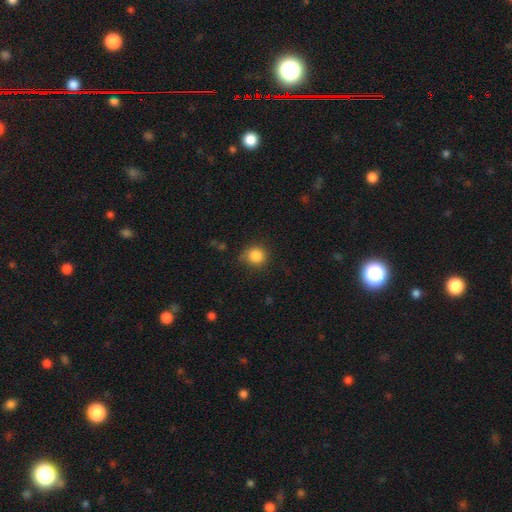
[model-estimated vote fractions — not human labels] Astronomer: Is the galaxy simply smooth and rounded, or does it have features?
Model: smooth — 85%.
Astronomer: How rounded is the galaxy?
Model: round — 89%.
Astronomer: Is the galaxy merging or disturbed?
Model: none — 77%.